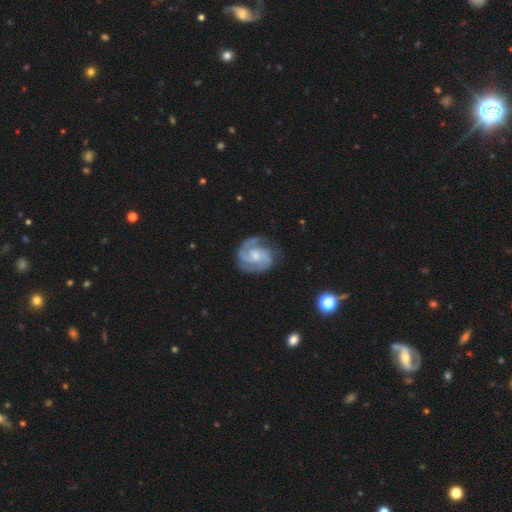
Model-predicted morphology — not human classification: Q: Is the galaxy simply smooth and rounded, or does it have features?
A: featured or disk — 90%.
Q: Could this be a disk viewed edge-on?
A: no — 98%.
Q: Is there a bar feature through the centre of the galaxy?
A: no — 53%.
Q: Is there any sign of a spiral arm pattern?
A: yes — 98%.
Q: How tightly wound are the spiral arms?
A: tight — 51%.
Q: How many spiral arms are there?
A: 2 — 64%.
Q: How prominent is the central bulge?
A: small — 41%.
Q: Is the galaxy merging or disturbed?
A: none — 77%.